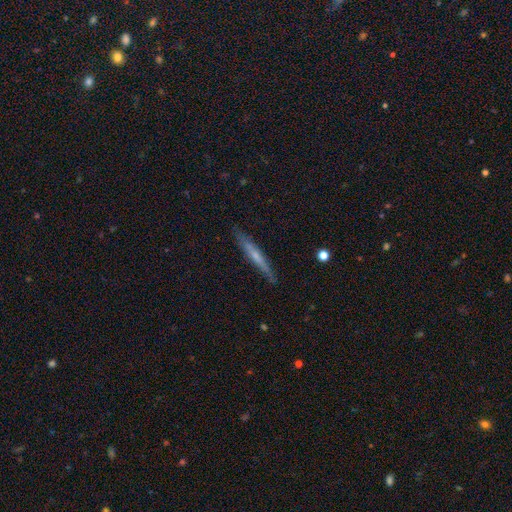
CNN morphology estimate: Smooth or featured? featured or disk (53%)
Edge-on disk? yes (93%)
Merging? none (84%)